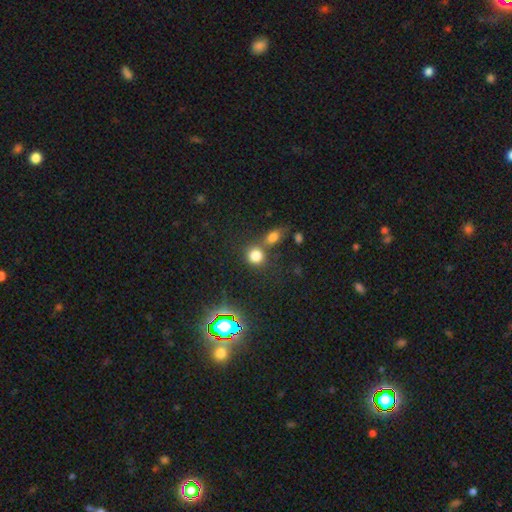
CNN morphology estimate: This is likely a smooth galaxy (76%). How rounded: clearly round (82%). Merging: possibly none (58%).